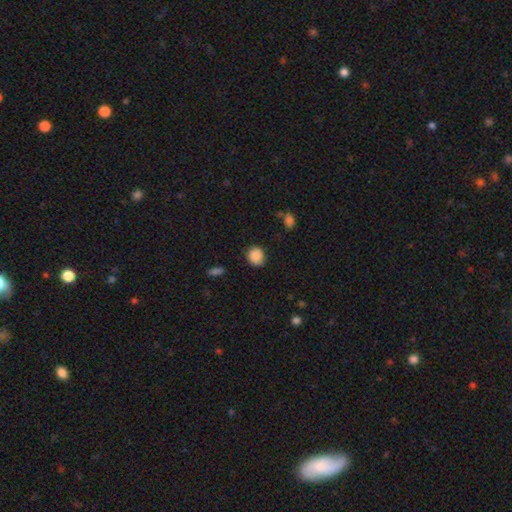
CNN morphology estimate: Smooth or featured? smooth (88%)
How rounded? round (75%)
Merging? none (80%)